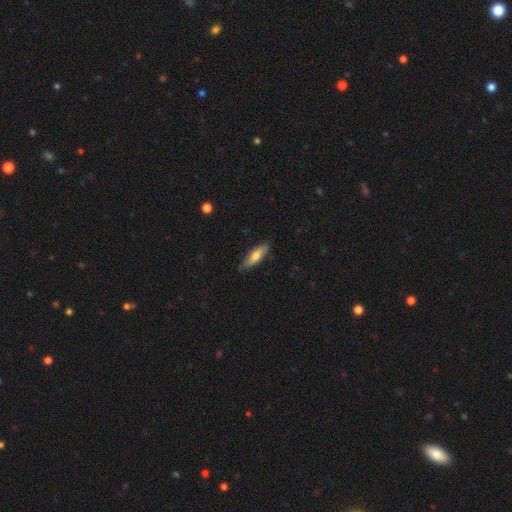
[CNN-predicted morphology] type=smooth (67%); roundness=cigar-shaped (59%); merging=none (81%).